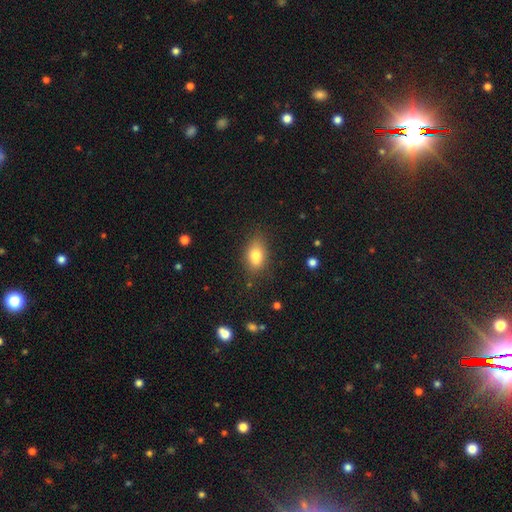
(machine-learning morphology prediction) This appears to be a smooth galaxy with no disk features (79%) that is in between round and cigar-shaped (82%). Merging: none (79%).